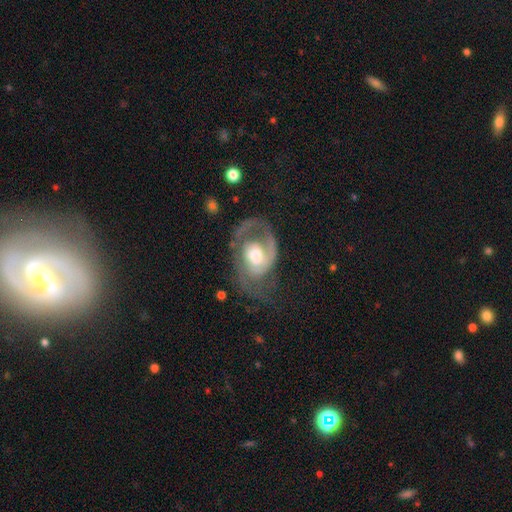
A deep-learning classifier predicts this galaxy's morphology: smooth-or-featured: featured or disk: 81% | smooth: 14% | star or artifact: 5%
  disk-edge-on: no: 97% | yes: 3%
    bar: no: 64% | weak: 29% | strong: 7%
    has-spiral-arms: yes: 90% | no: 10%
      spiral-winding: medium: 43% | tight: 38% | loose: 19%
      spiral-arm-count: 2: 45% | 1: 34% | can't tell: 13% | 3: 5% | 4: 2% | more than 4: 2%
    bulge-size: moderate: 61% | large: 23% | small: 13% | dominant: 2% | none: 2%
  merging: none: 47% | major disturbance: 30% | minor disturbance: 21% | merger: 2%